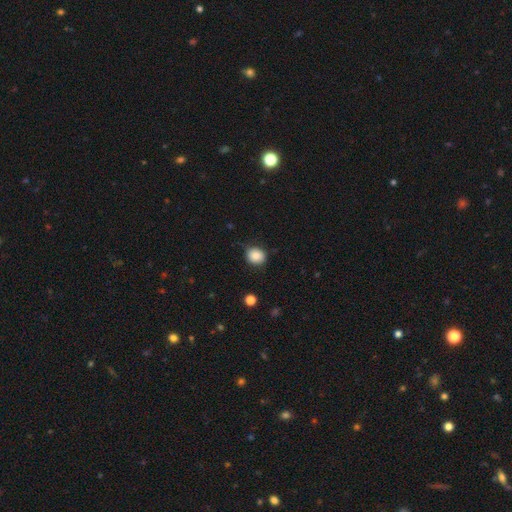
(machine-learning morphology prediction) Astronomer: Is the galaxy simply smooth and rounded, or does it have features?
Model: smooth — 83%.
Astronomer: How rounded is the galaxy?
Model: round — 75%.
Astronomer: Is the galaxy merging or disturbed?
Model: none — 80%.